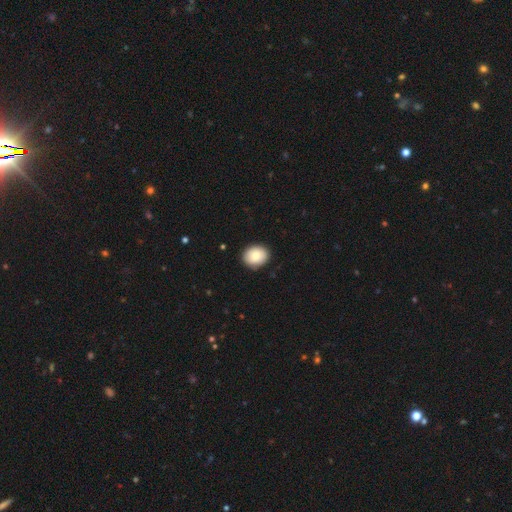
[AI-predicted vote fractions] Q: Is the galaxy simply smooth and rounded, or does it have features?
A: smooth — 82%.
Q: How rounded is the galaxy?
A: round — 51%.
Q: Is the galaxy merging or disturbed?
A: none — 89%.